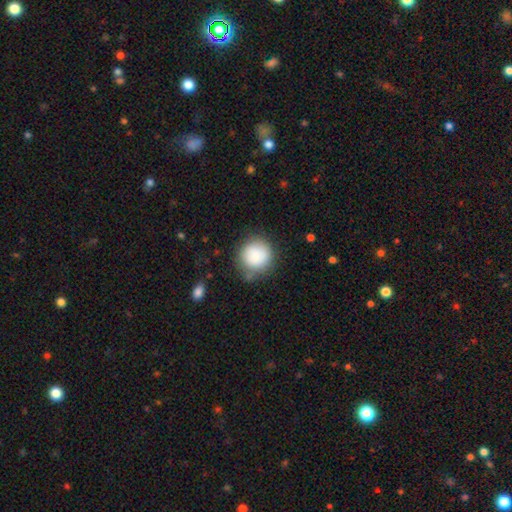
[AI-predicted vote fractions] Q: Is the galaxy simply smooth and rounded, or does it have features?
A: smooth — 84%.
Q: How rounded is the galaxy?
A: round — 91%.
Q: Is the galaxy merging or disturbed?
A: none — 72%.